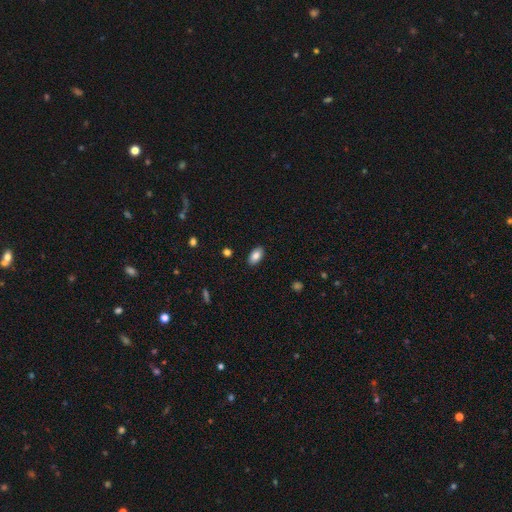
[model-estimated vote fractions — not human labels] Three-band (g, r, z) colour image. It shows a smooth galaxy with no disk features (85%) that is in between round and cigar-shaped (93%). Merging: none (89%).